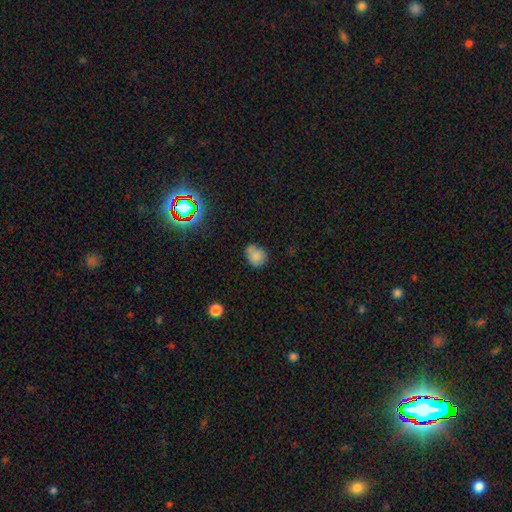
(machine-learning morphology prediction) Smooth or featured? Predicted: smooth (p=0.80). How rounded? Predicted: round (p=0.59). Merging? Predicted: none (p=0.60).